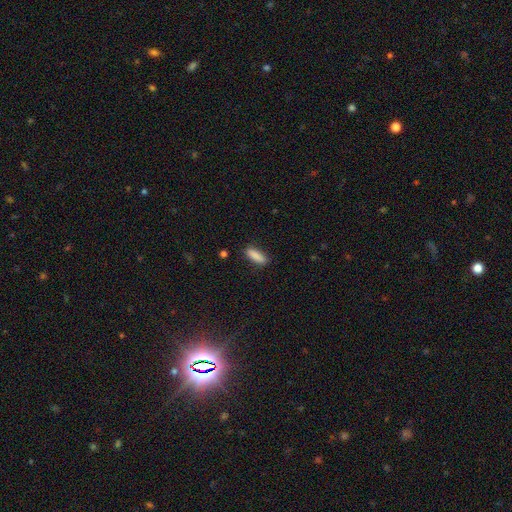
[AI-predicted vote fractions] A smooth galaxy with no disk features (88%) that is in between round and cigar-shaped (49%, tied with cigar-shaped). Merging: none (87%).